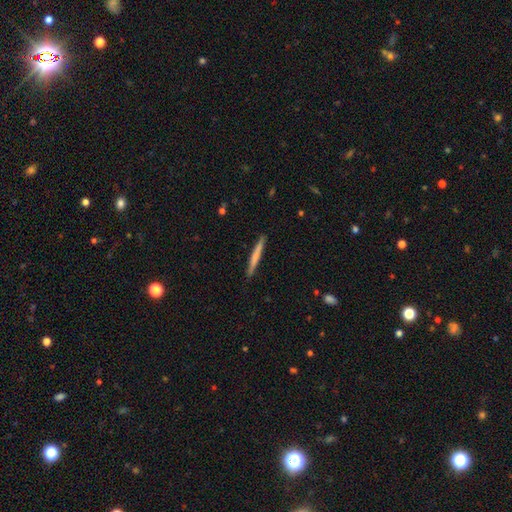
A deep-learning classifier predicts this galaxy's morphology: The model was most divided on "smooth or featured": smooth: 63%, featured or disk: 31%, star or artifact: 5%. More confident: how rounded — cigar-shaped (97%); merging — none (91%).